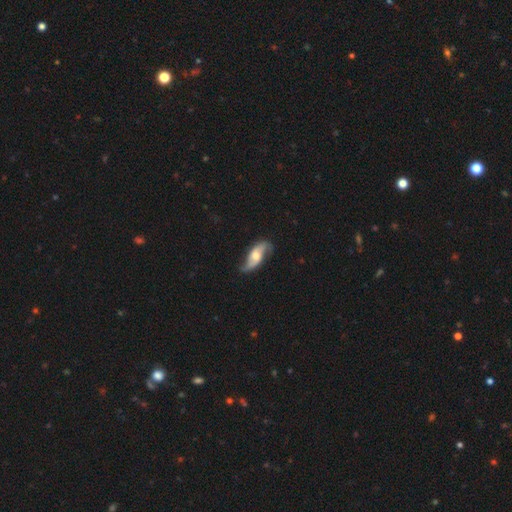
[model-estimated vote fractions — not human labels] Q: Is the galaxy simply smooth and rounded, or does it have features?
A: featured or disk — 74%.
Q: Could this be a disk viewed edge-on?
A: no — 90%.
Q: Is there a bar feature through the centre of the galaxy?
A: no — 52%.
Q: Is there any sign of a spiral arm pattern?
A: yes — 92%.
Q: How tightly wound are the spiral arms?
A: loose — 64%.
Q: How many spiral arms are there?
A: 2 — 90%.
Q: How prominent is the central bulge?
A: moderate — 60%.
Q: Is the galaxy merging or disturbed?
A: none — 71%.